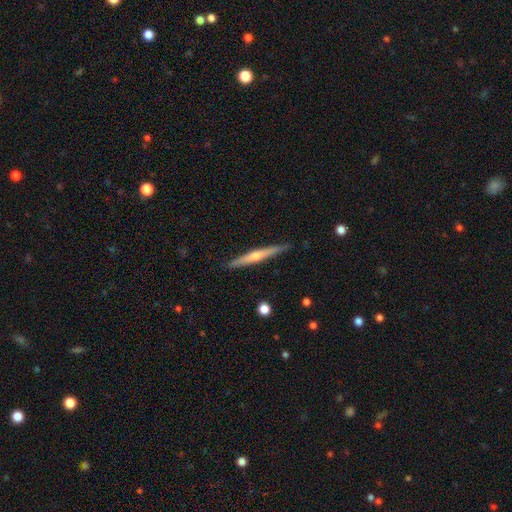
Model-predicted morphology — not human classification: This appears to be a featured or disk galaxy (70%) viewed edge-on (98%) with a rounded central bulge (80%). Merging: none (90%).